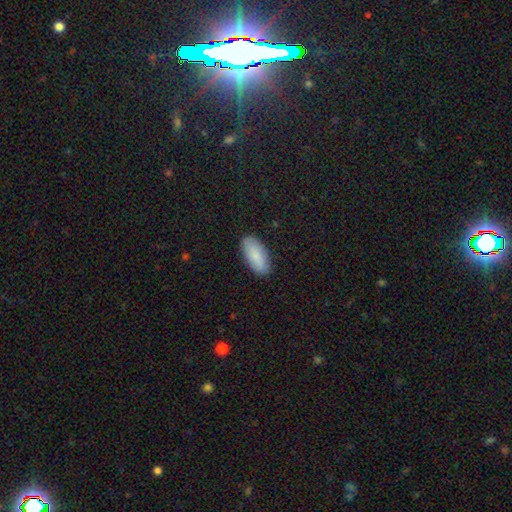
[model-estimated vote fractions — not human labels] A smooth galaxy with no disk features (86%) that is in between round and cigar-shaped (88%). Merging: none (87%).